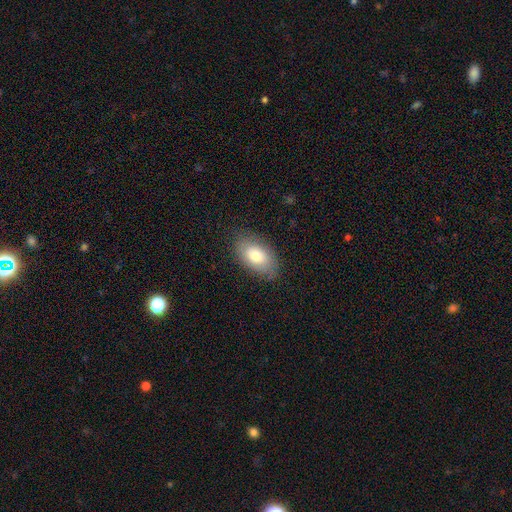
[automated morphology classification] The model was most divided on "smooth or featured": smooth: 73%, featured or disk: 20%, star or artifact: 7%. More confident: how rounded — in between (92%); merging — none (82%).